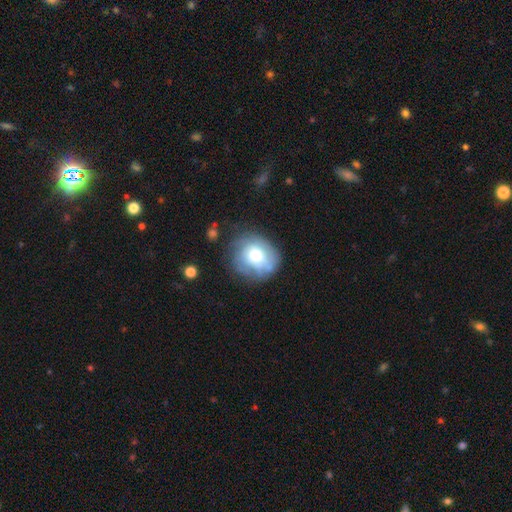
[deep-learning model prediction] Smooth or featured? Predicted: smooth (p=0.50). Merging? Predicted: none (p=0.63).